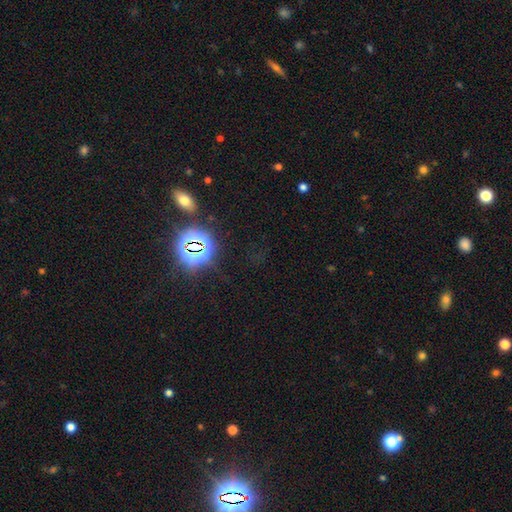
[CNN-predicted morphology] star or artifact 78%, smooth 13%, featured or disk 9%.